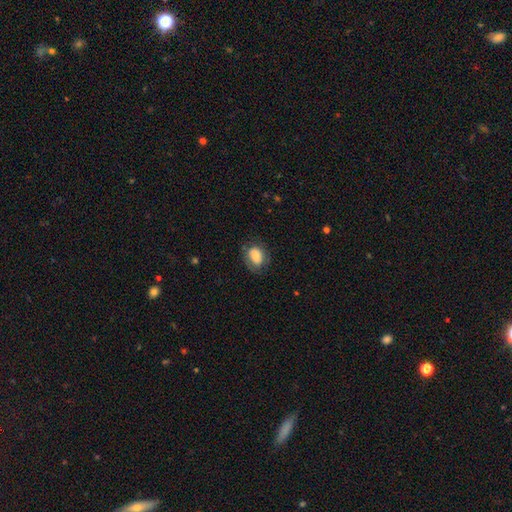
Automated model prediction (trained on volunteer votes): Smooth or featured: smooth — 71% (featured or disk — 21%)
How rounded: in between — 66% (round — 32%)
Merging: none — 63% (minor disturbance — 23%)